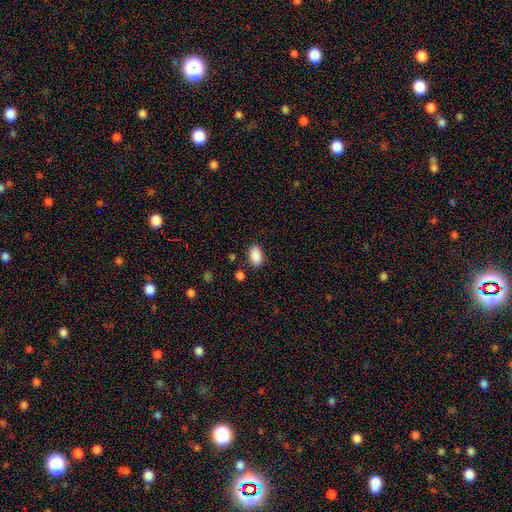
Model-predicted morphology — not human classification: smooth-or-featured: smooth: 89% | star or artifact: 8% | featured or disk: 3%
  how-rounded: in between: 90% | round: 8% | cigar-shaped: 1%
  merging: none: 84% | minor disturbance: 10% | merger: 3% | major disturbance: 3%